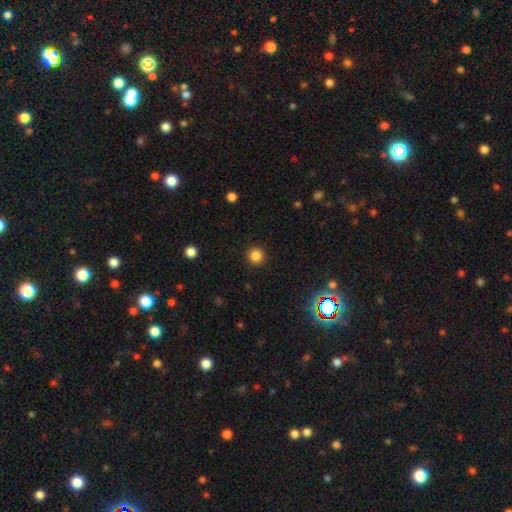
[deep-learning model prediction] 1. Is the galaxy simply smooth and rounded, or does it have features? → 85% smooth, 12% star or artifact, 3% featured or disk.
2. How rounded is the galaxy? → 94% round, 5% in between, 1% cigar-shaped.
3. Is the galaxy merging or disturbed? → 92% none, 5% minor disturbance, 2% major disturbance, 1% merger.